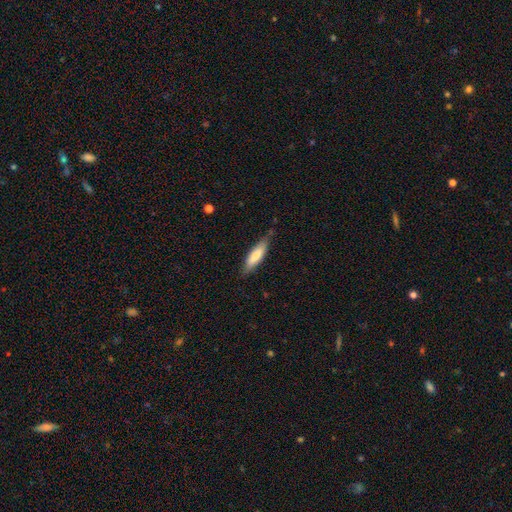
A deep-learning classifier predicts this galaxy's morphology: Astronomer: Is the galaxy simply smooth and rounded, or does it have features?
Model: smooth — 76%.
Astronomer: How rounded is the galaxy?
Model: cigar-shaped — 65%.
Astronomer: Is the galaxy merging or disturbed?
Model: none — 78%.